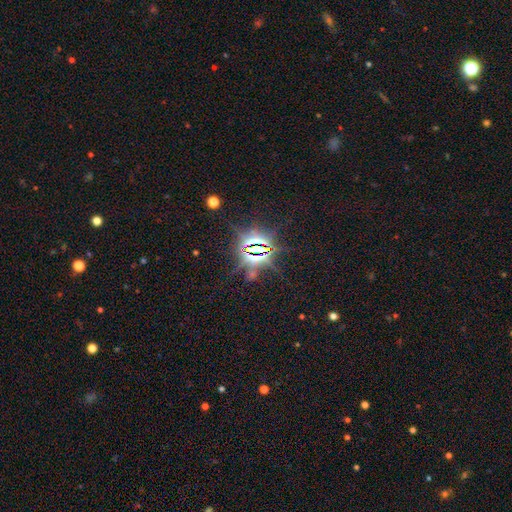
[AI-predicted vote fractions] star or artifact 84%, featured or disk 9%, smooth 8%.